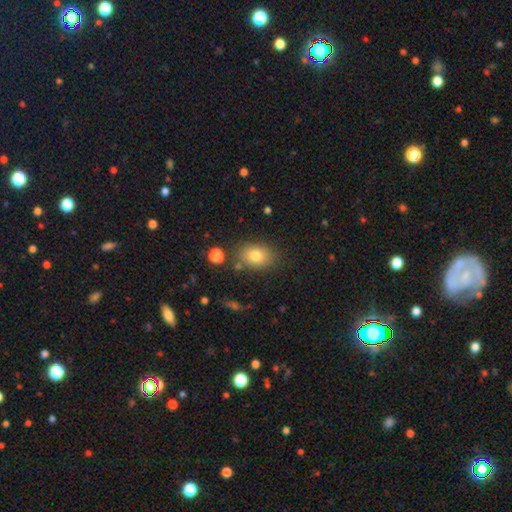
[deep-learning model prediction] Q: Smooth or featured?
A: smooth (79%); runner-up: featured or disk (10%)
Q: How rounded?
A: in between (69%); runner-up: round (30%)
Q: Merging?
A: none (78%); runner-up: minor disturbance (13%)